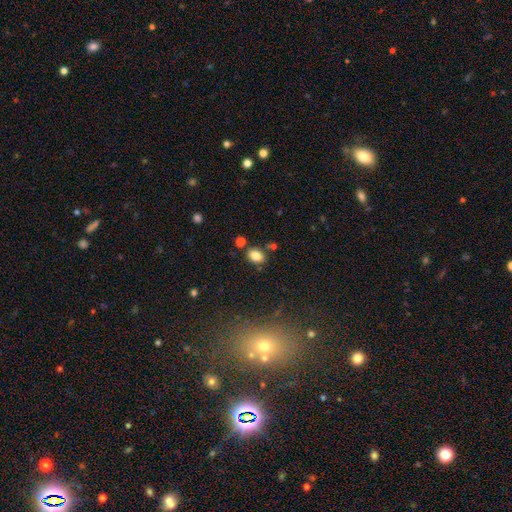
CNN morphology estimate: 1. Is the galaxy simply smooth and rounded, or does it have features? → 82% smooth, 11% star or artifact, 6% featured or disk.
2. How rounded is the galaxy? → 74% in between, 25% round, 1% cigar-shaped.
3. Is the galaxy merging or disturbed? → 74% none, 13% minor disturbance, 9% merger, 4% major disturbance.